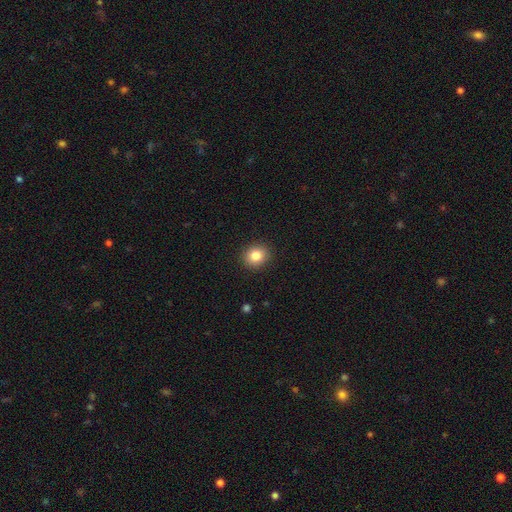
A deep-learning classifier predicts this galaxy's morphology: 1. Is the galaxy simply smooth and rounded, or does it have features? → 84% smooth, 10% star or artifact, 6% featured or disk.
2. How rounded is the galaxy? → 77% round, 22% in between, 1% cigar-shaped.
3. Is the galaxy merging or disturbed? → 91% none, 6% minor disturbance, 2% major disturbance, 1% merger.